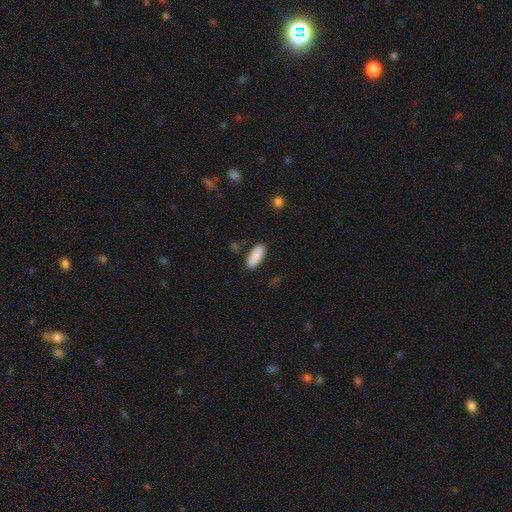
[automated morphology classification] Smooth or featured? Predicted: smooth (p=0.90). How rounded? Predicted: in between (p=0.76). Merging? Predicted: none (p=0.86).